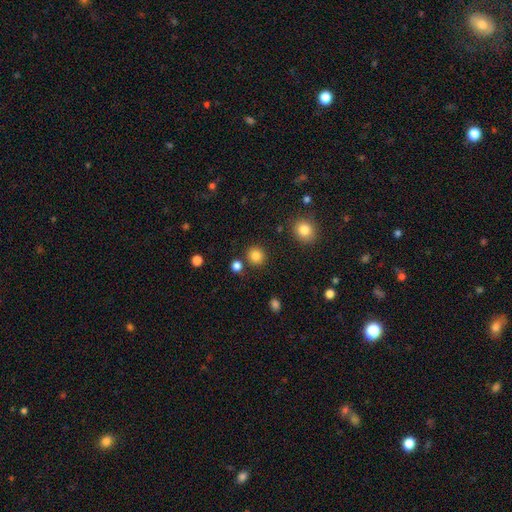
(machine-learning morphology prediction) type=smooth (84%); roundness=round (90%); merging=none (87%).